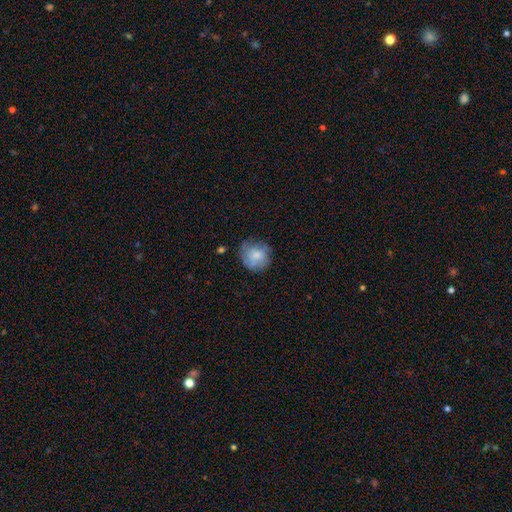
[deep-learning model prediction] Smooth or featured: smooth — 68% (featured or disk — 25%)
How rounded: round — 84% (in between — 15%)
Merging: none — 63% (minor disturbance — 26%)